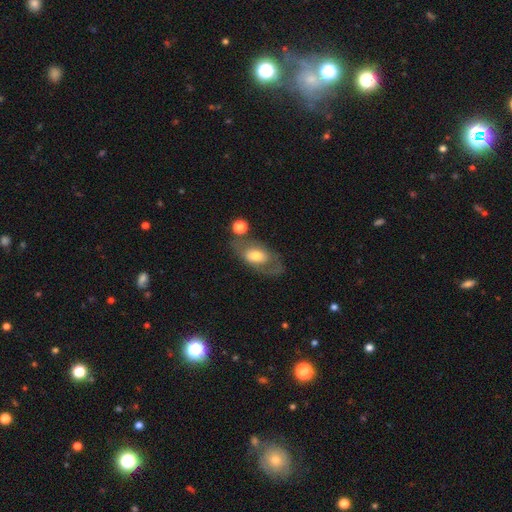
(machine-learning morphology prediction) smooth-or-featured: smooth: 46% (tied) | featured or disk: 46% (tied) | star or artifact: 8%
  merging: none: 54% | minor disturbance: 19% | major disturbance: 16% | merger: 11%